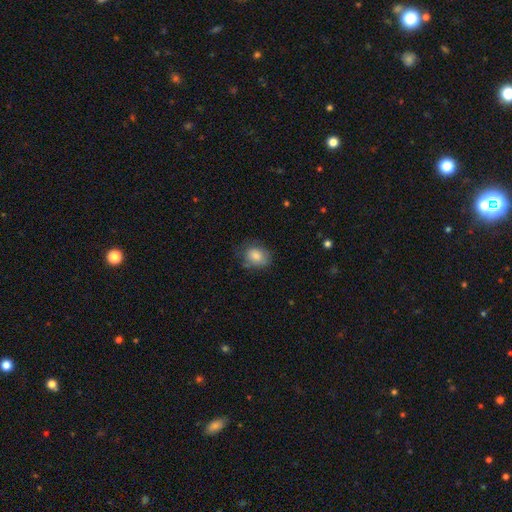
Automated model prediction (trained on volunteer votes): A smooth galaxy with no disk features (82%) that is in between round and cigar-shaped (54%). Merging: none (69%).